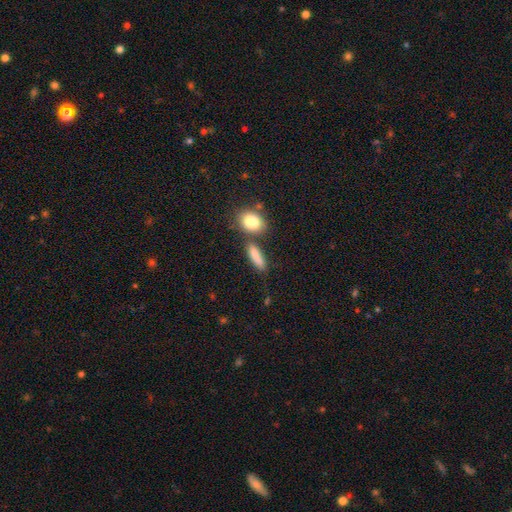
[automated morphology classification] Smooth or featured? Predicted: smooth (p=0.82). How rounded? Predicted: cigar-shaped (p=0.46). Merging? Predicted: none (p=0.64).